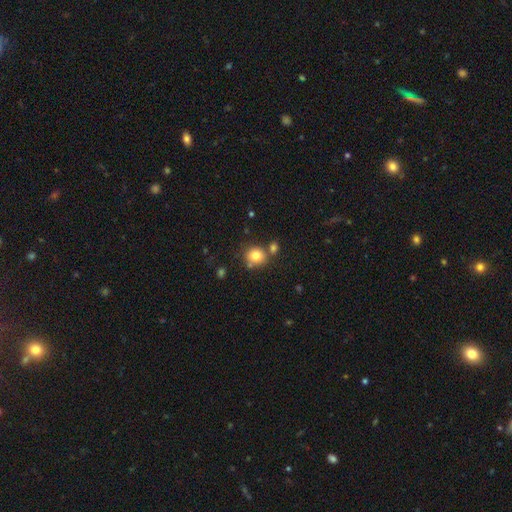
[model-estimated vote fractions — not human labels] This is clearly a smooth galaxy (81%). How rounded: clearly round (81%). Merging: likely none (65%).